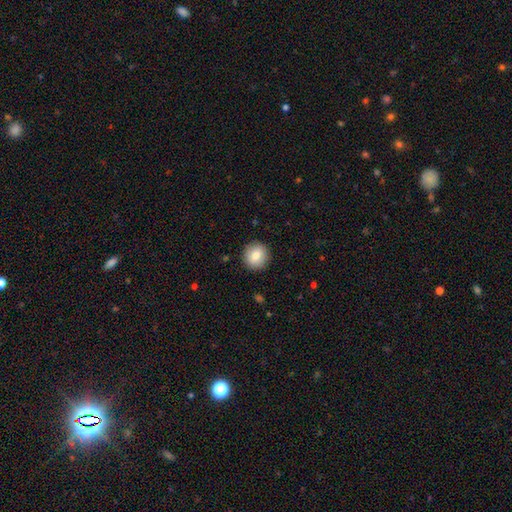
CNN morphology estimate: smooth 82%, featured or disk 10%, star or artifact 8%. Down the decision tree: how rounded — round (92%); merging — none (90%).